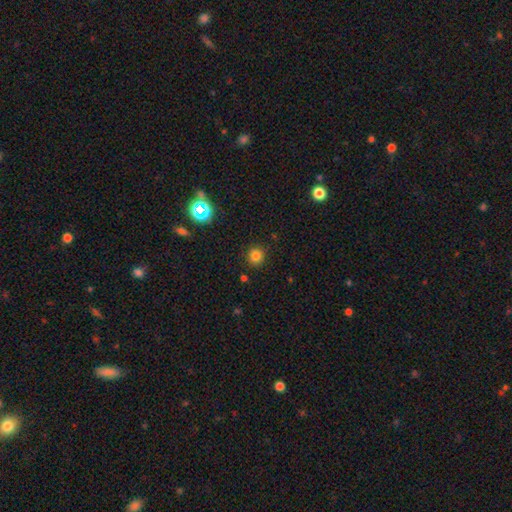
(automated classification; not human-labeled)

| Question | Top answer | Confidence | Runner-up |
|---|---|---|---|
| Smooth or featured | smooth | 79% | star or artifact (16%) |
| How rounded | round | 91% | in between (8%) |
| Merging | none | 88% | minor disturbance (7%) |